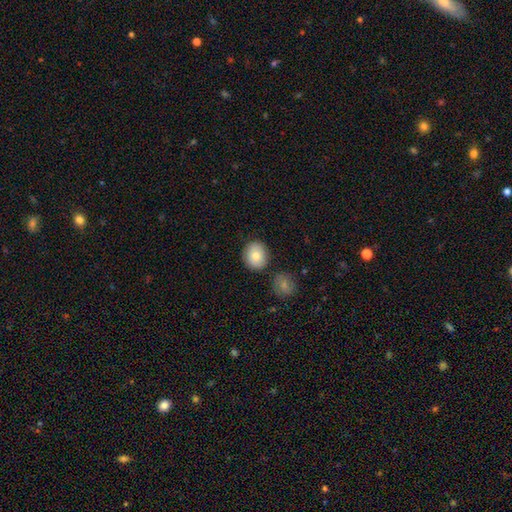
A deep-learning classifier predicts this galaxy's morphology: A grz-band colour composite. It shows a smooth galaxy with no disk features (79%) that is round (70%). Merging: none (81%).